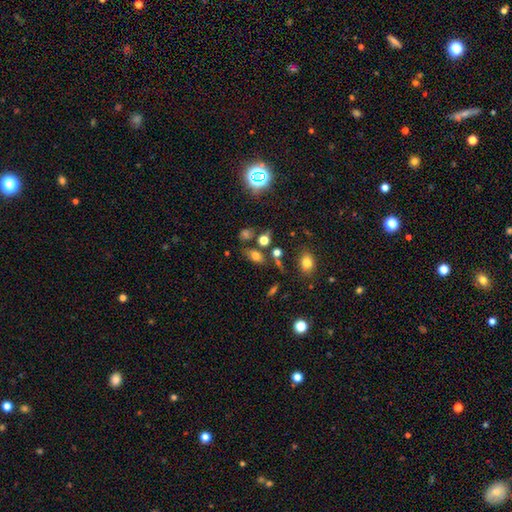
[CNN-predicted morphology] Smooth or featured? Predicted: smooth (p=0.65). How rounded? Predicted: in between (p=0.76). Merging? Predicted: none (p=0.63).